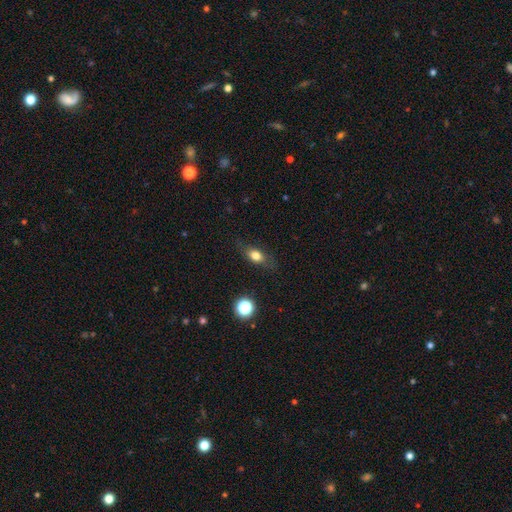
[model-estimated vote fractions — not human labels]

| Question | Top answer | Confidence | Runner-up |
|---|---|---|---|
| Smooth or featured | smooth | 72% | featured or disk (18%) |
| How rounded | in between | 72% | round (15%) |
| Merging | none | 76% | minor disturbance (17%) |